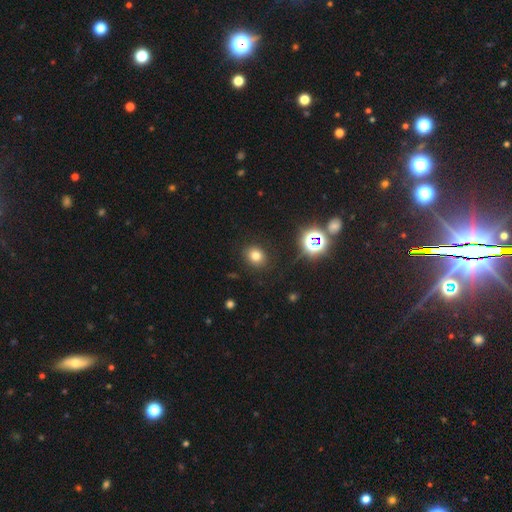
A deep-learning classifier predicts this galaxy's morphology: The model was most divided on "how rounded": round: 61%, in between: 38%, cigar-shaped: 1%. More confident: merging — none (88%); smooth or featured — smooth (74%).